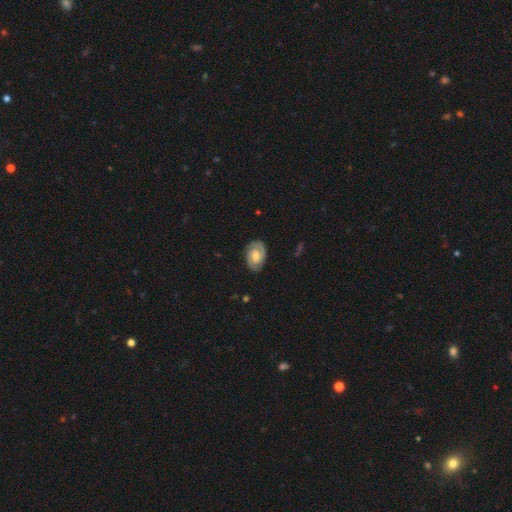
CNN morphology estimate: The model was most divided on "bar": no: 48%, weak: 42%, strong: 10%. More confident: edge-on disk — no (97%); spiral arms — yes (93%); spiral arm count — 2 (87%); merging — none (84%); smooth or featured — featured or disk (77%); bulge size — moderate (62%); spiral winding — tight (59%).